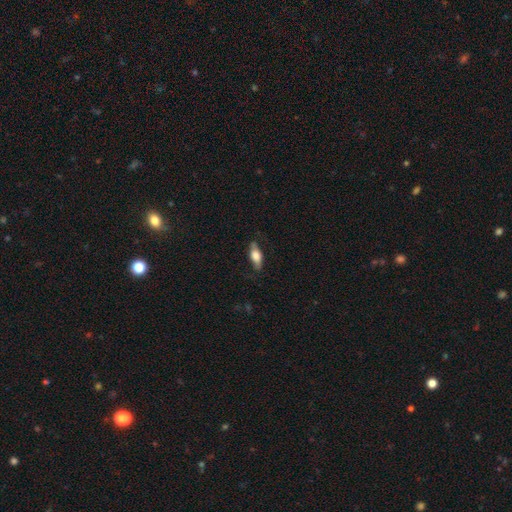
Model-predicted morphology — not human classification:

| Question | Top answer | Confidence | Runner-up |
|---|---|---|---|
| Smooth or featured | smooth | 66% | featured or disk (27%) |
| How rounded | in between | 75% | cigar-shaped (21%) |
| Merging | none | 73% | minor disturbance (20%) |